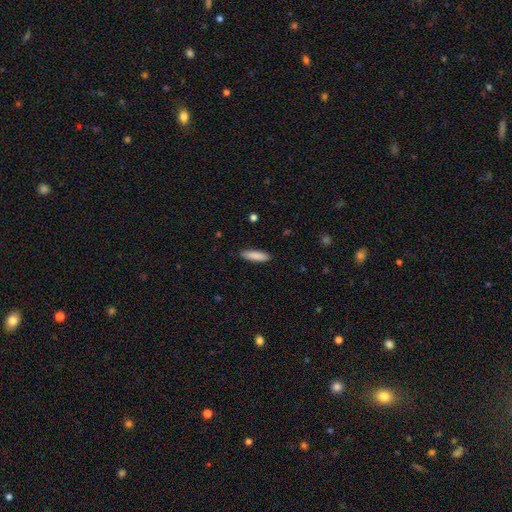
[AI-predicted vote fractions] Morphology: type=smooth (88%); roundness=cigar-shaped (67%); merging=none (89%).